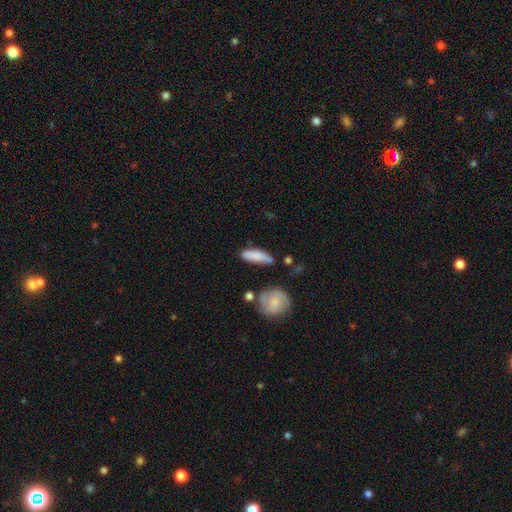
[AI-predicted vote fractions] This is clearly a smooth galaxy (80%). How rounded: possibly in between (53%). Merging: possibly none (59%).